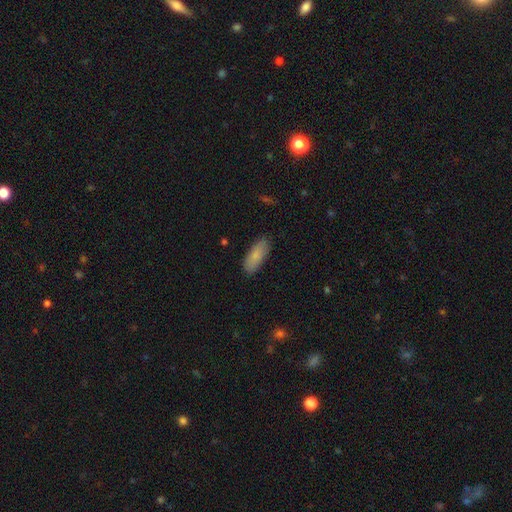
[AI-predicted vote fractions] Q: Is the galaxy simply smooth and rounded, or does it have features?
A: smooth — 84%.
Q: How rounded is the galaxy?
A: in between — 75%.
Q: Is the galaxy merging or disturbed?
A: none — 86%.